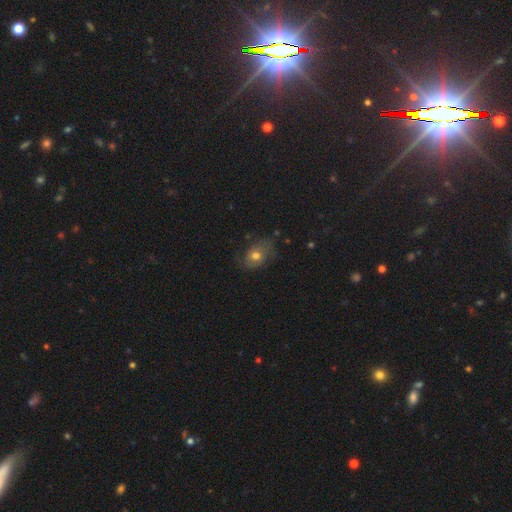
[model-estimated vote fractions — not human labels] A smooth galaxy with no disk features (54%) that is in between round and cigar-shaped (70%). Merging: none (61%).